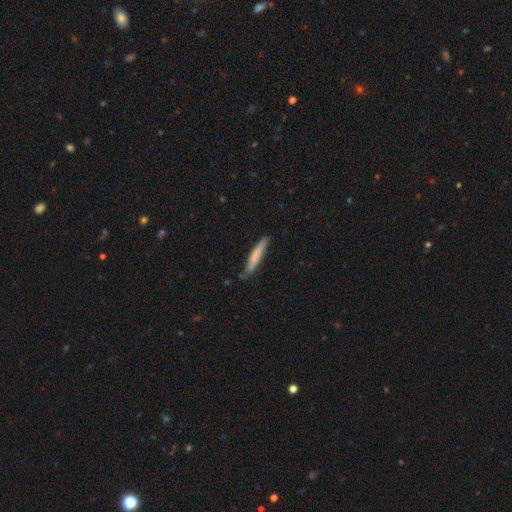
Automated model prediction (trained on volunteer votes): Smooth or featured?
  - smooth: 73% *
  - featured or disk: 21%
  - star or artifact: 6%
How rounded?
  - cigar-shaped: 93% *
  - in between: 6%
  - round: 1%
Merging?
  - none: 75% *
  - minor disturbance: 19%
  - major disturbance: 3%
  - merger: 3%